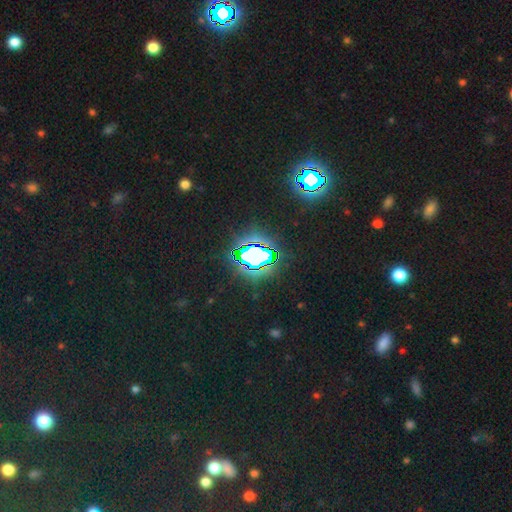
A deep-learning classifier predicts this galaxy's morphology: Smooth or featured? Predicted: star or artifact (p=0.73).